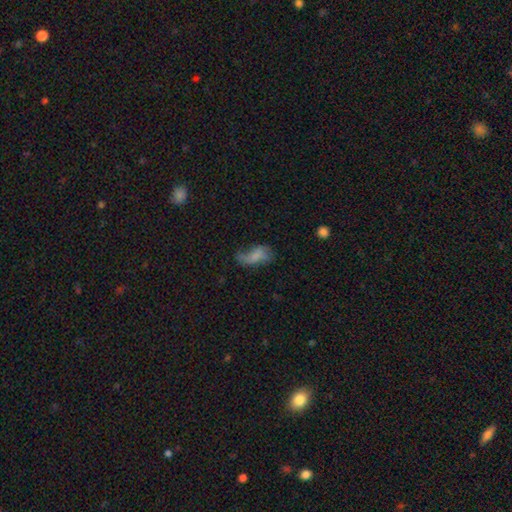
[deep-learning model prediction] This is possibly a smooth galaxy (52%). How rounded: clearly in between (88%). Merging: marginally none (38%).